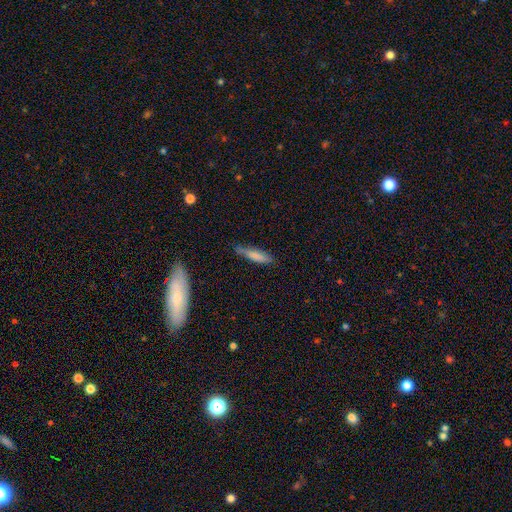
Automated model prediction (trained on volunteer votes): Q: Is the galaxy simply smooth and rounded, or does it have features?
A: smooth — 78%.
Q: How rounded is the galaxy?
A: cigar-shaped — 75%.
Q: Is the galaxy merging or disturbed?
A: none — 67%.